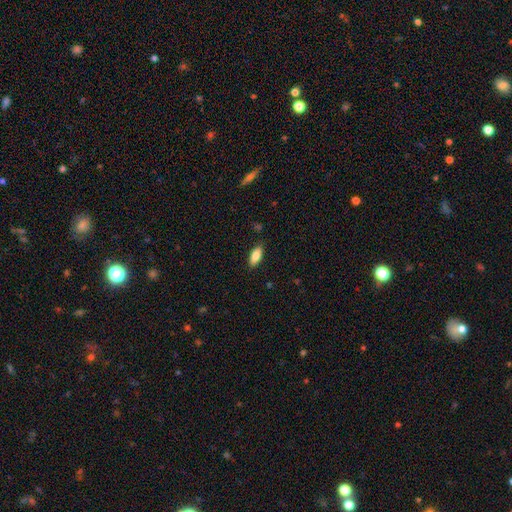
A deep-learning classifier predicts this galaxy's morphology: The model was most divided on "how rounded": in between: 82%, cigar-shaped: 15%, round: 2%. More confident: merging — none (86%); smooth or featured — smooth (82%).